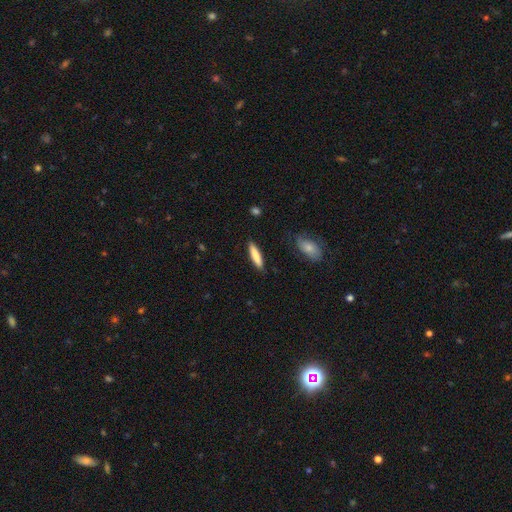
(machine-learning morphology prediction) The model was most divided on "how rounded": cigar-shaped: 81%, in between: 17%, round: 1%. More confident: merging — none (88%); smooth or featured — smooth (81%).